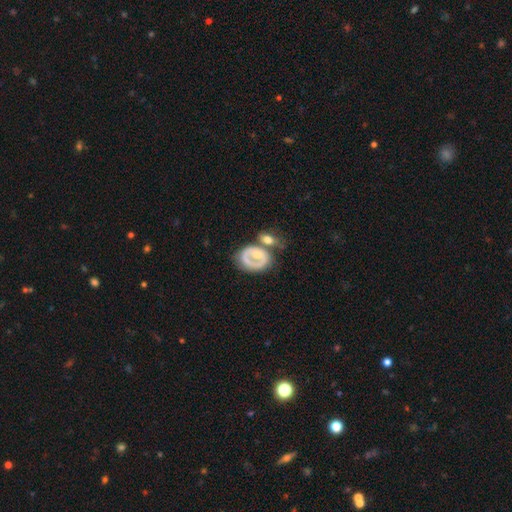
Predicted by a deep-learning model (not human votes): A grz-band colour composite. It shows a featured or disk galaxy (52%). Merging: none (38%).